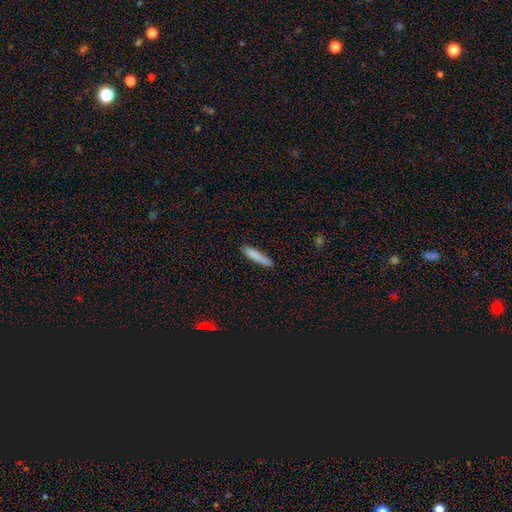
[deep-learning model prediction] Smooth or featured? Predicted: smooth (p=0.84). How rounded? Predicted: cigar-shaped (p=0.89). Merging? Predicted: none (p=0.82).